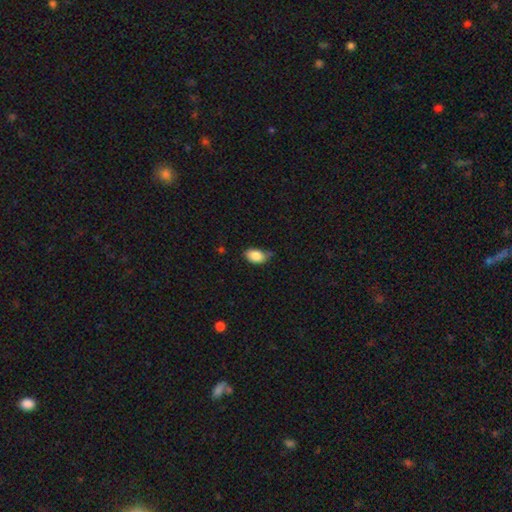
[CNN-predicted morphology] A smooth galaxy with no disk features (85%) that is in between round and cigar-shaped (90%). Merging: none (61%).